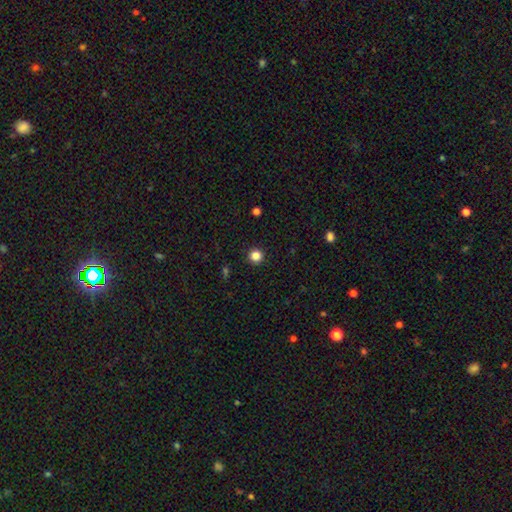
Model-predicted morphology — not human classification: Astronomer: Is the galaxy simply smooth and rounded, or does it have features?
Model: smooth — 84%.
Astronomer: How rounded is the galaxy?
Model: round — 96%.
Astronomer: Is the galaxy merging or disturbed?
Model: none — 93%.